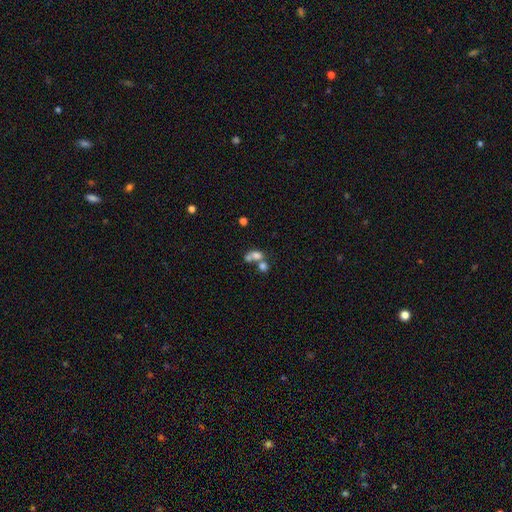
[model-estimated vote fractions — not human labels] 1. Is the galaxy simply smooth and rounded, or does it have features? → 69% smooth, 18% featured or disk, 13% star or artifact.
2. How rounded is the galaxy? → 52% in between, 46% round, 2% cigar-shaped.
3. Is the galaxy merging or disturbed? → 61% merger, 25% none, 8% minor disturbance, 7% major disturbance.